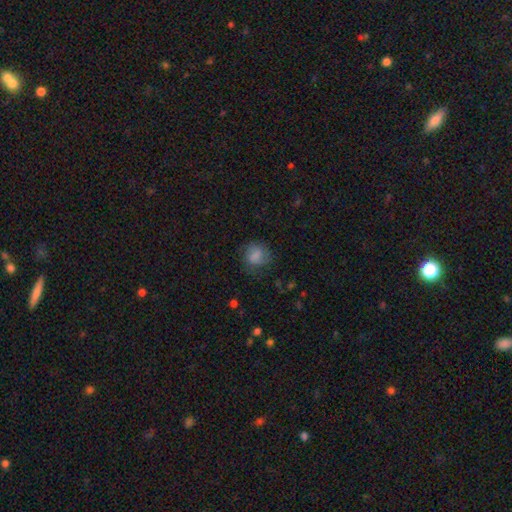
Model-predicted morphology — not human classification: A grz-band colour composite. It shows a smooth galaxy with no disk features (75%) that is round (70%). Merging: none (64%).